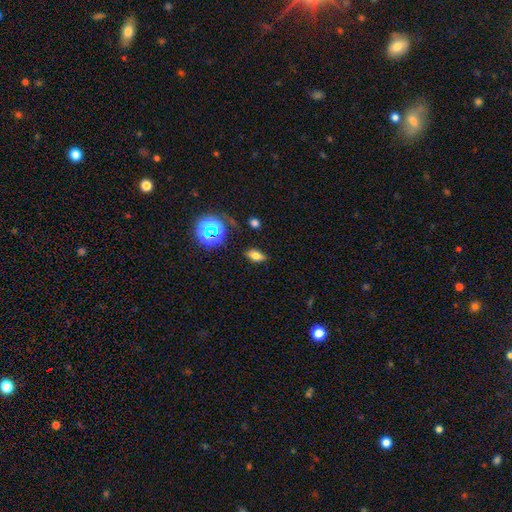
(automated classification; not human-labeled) Morphology: type=smooth (66%); roundness=in between (80%); merging=none (85%).